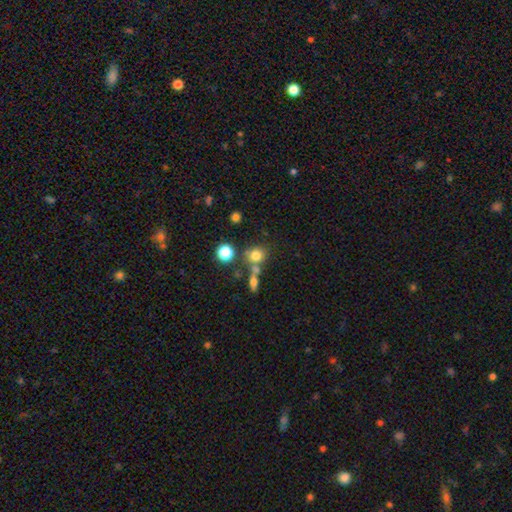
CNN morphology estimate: This appears to be a smooth galaxy with no disk features (75%) that is round (78%). Merging: none (57%).